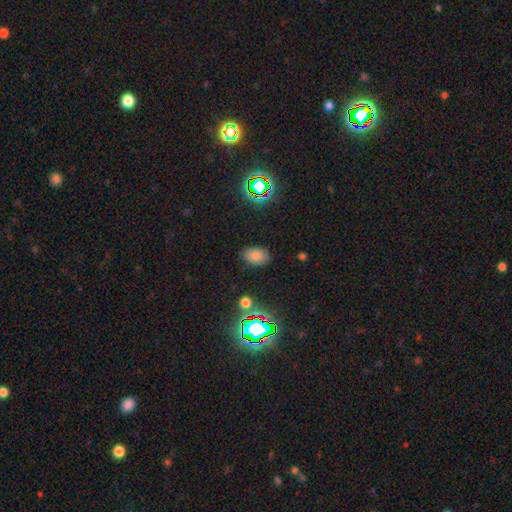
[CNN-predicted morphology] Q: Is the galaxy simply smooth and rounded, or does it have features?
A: smooth — 74%.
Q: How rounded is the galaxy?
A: in between — 88%.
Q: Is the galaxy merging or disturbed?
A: none — 84%.